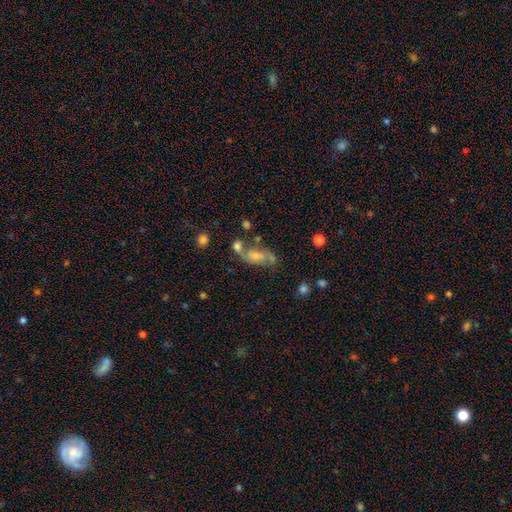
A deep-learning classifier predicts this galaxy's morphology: smooth_or_featured: featured or disk (p=0.58) [alt: smooth p=0.31]
disk_edge_on: no (p=0.91) [alt: yes p=0.09]
bar: no (p=0.60) [alt: weak p=0.31]
has_spiral_arms: yes (p=0.75) [alt: no p=0.25]
bulge_size: moderate (p=0.46) [alt: small p=0.40]
merging: none (p=0.44) [alt: merger p=0.24]